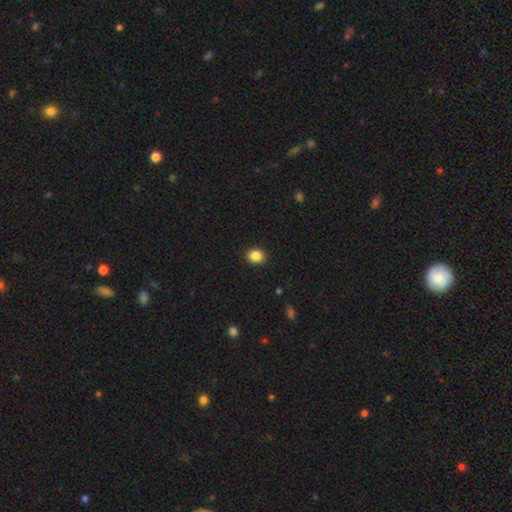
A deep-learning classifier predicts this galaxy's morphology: Smooth or featured?
  - smooth: 87% *
  - star or artifact: 9%
  - featured or disk: 4%
How rounded?
  - round: 57% *
  - in between: 42%
  - cigar-shaped: 1%
Merging?
  - none: 91% *
  - minor disturbance: 6%
  - major disturbance: 2%
  - merger: 1%